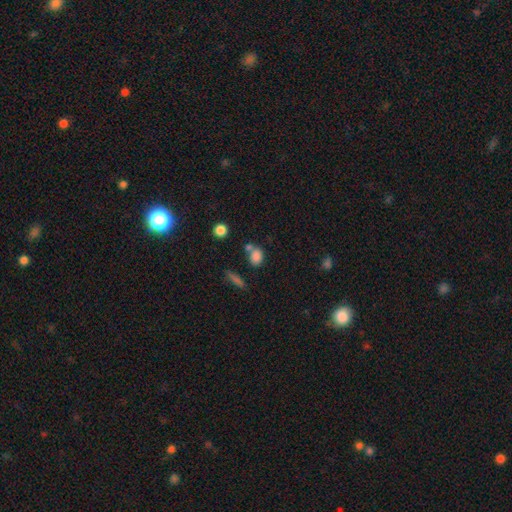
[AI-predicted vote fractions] Overall: smooth (81%). How rounded: in between (63%; round 34%). Merging: none (55%; merger 26%).